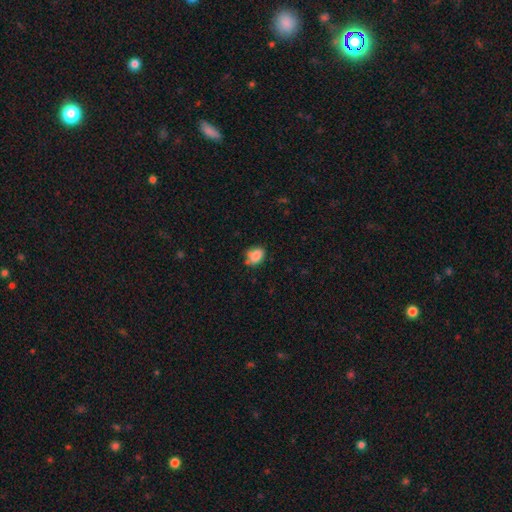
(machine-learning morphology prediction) Q: Smooth or featured?
A: smooth (82%); runner-up: star or artifact (10%)
Q: How rounded?
A: in between (56%); runner-up: round (43%)
Q: Merging?
A: none (58%); runner-up: minor disturbance (27%)